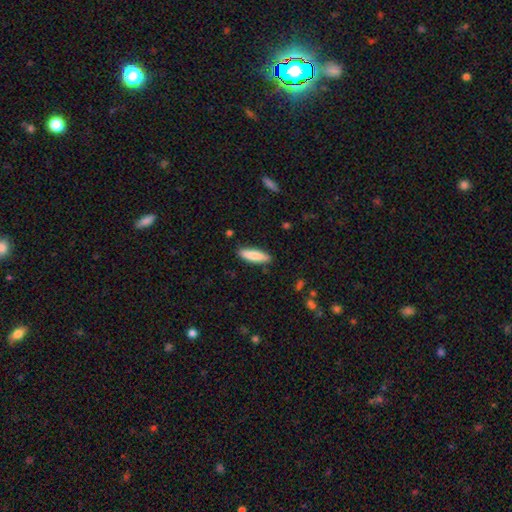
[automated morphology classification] Overall: smooth (83%). How rounded: cigar-shaped (62%; in between 37%). Merging: none (86%).